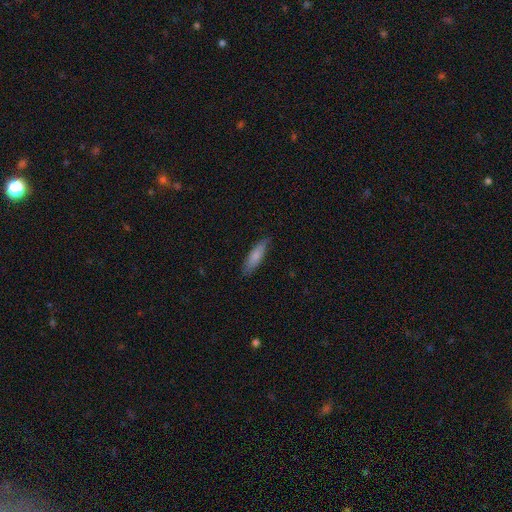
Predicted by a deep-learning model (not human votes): A smooth galaxy with no disk features (78%) that is cigar-shaped (61%).

Vote fractions:
- Smooth or featured? smooth: 78% / featured or disk: 16% / star or artifact: 6%
- How rounded? cigar-shaped: 61% / in between: 38% / round: 2%
- Merging? none: 80% / minor disturbance: 16% / major disturbance: 3% / merger: 1%